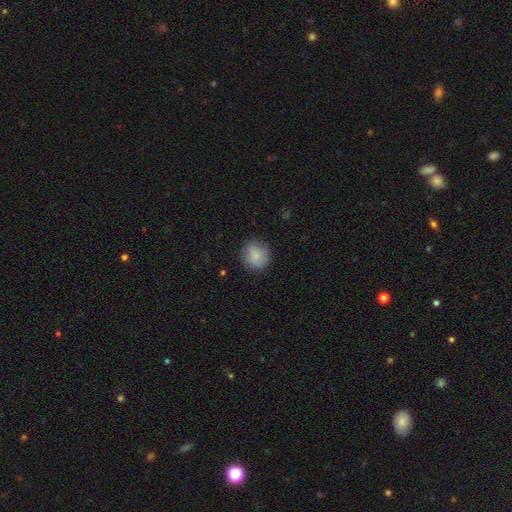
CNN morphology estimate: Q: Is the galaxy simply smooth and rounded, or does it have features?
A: smooth — 86%.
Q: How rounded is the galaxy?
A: round — 88%.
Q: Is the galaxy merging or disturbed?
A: none — 85%.